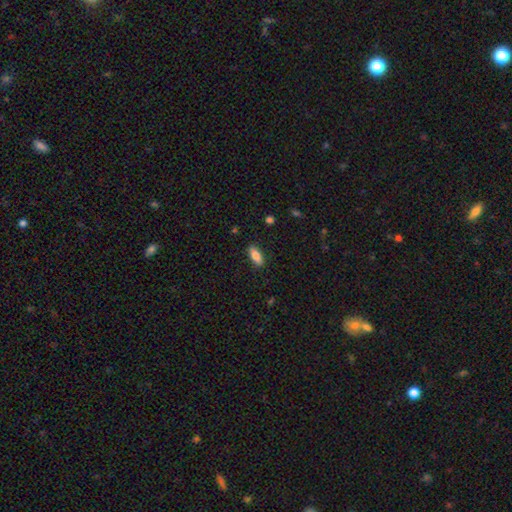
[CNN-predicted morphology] Q: Smooth or featured?
A: smooth (84%); runner-up: featured or disk (10%)
Q: How rounded?
A: in between (71%); runner-up: cigar-shaped (27%)
Q: Merging?
A: none (87%); runner-up: minor disturbance (9%)